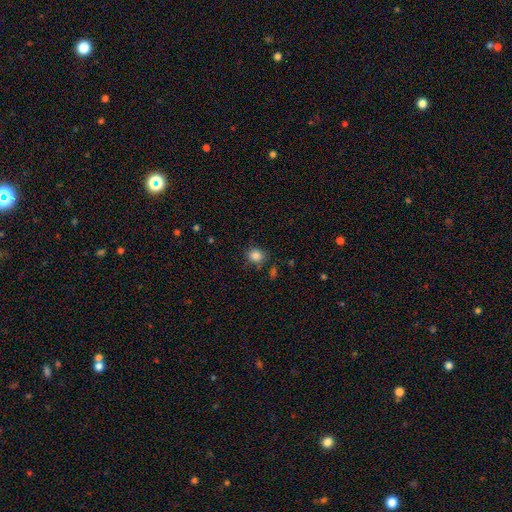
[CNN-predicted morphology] Smooth or featured? Predicted: smooth (p=0.85). How rounded? Predicted: round (p=0.80). Merging? Predicted: none (p=0.79).